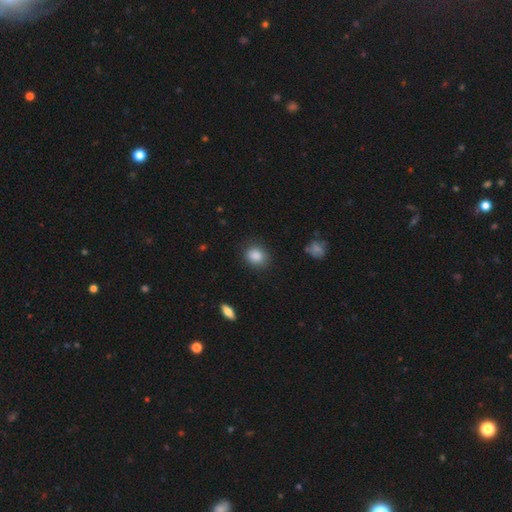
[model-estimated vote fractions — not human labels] Smooth or featured? Predicted: smooth (p=0.87). How rounded? Predicted: round (p=0.68). Merging? Predicted: none (p=0.84).